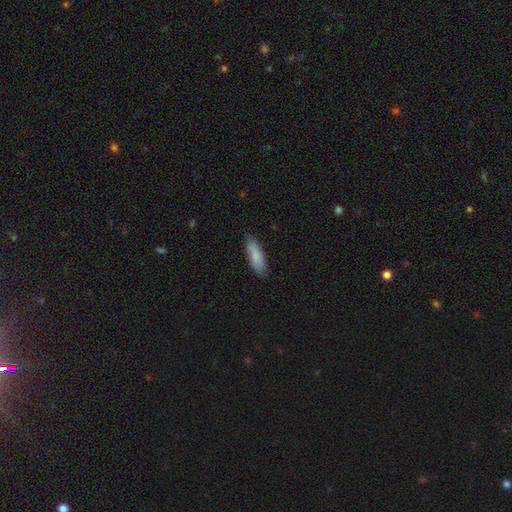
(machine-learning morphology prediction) The model was most divided on "how rounded": in between: 53%, cigar-shaped: 45%, round: 2%. More confident: smooth or featured — smooth (84%); merging — none (81%).